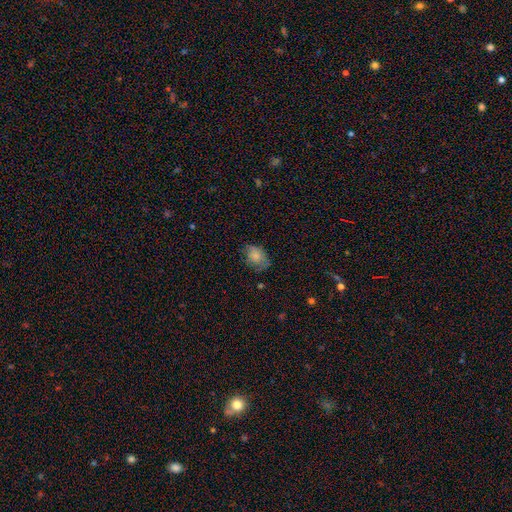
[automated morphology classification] type=smooth (77%); roundness=in between (73%); merging=none (60%).